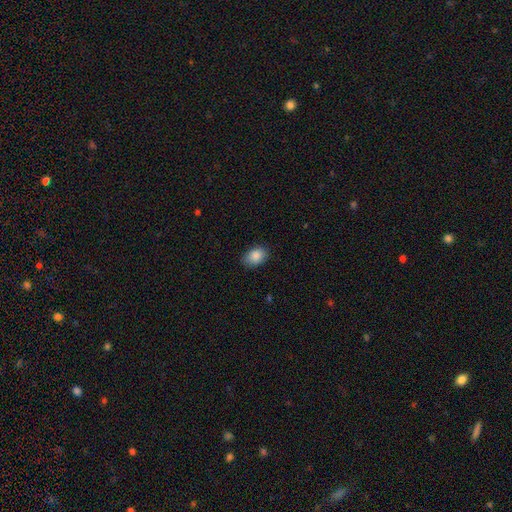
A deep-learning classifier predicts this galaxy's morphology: The model was most divided on "how rounded": in between: 81%, round: 18%, cigar-shaped: 1%. More confident: smooth or featured — smooth (87%); merging — none (81%).